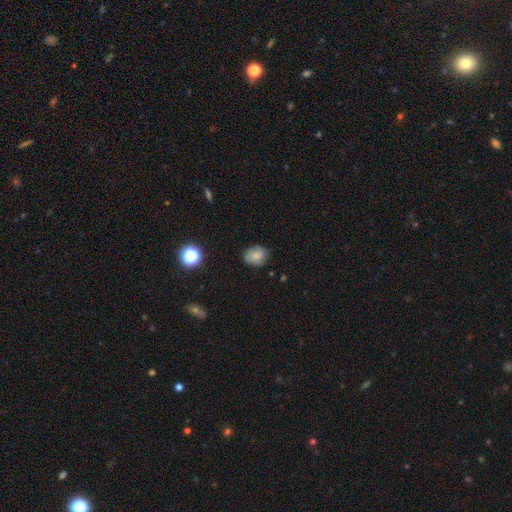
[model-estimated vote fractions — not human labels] This is likely a smooth galaxy (73%). How rounded: likely round (65%). Merging: likely none (77%).